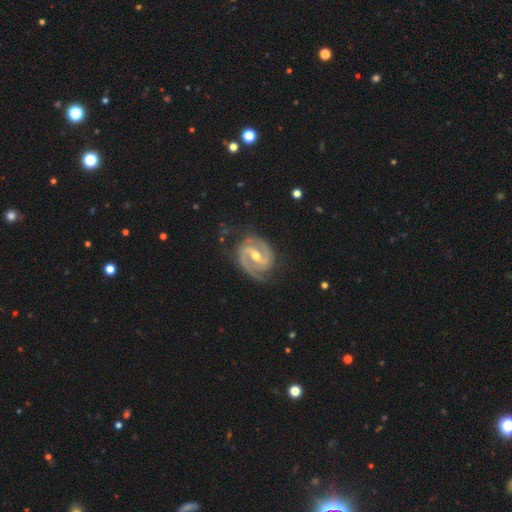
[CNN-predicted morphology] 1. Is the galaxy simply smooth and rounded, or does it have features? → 92% featured or disk, 4% smooth, 4% star or artifact.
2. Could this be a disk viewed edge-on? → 98% no, 2% yes.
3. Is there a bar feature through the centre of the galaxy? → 43% strong (tied), 43% weak (tied), 14% no.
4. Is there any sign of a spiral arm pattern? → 98% yes, 2% no.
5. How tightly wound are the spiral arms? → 48% medium, 44% tight, 9% loose.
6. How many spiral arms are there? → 91% 2, 2% 3, 2% can't tell, 2% 1, 1% 4, 1% more than 4.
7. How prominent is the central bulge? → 69% moderate, 26% small, 3% large, 1% none, 1% dominant.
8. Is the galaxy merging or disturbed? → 77% none, 16% minor disturbance, 5% major disturbance, 1% merger.